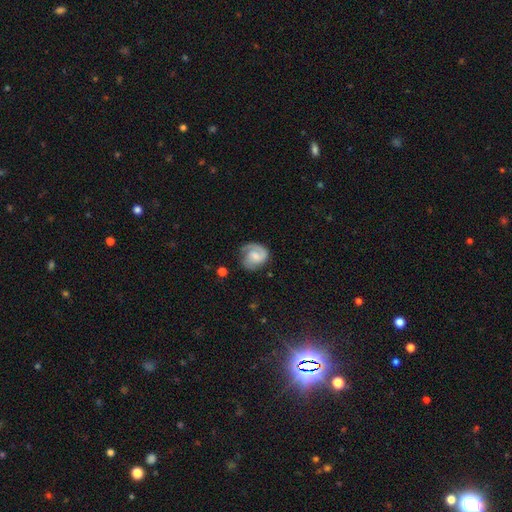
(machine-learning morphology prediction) This appears to be a featured or disk galaxy (73%) with no bar (49%), 2 (55%) tight (46%) spiral arms (95%) and a small central bulge (37%). Merging: none (64%).